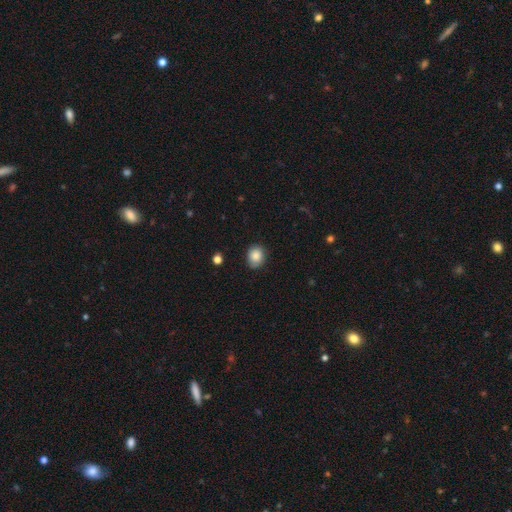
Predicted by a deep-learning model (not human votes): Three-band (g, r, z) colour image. It shows a smooth galaxy with no disk features (83%) that is round (65%). Merging: none (77%).